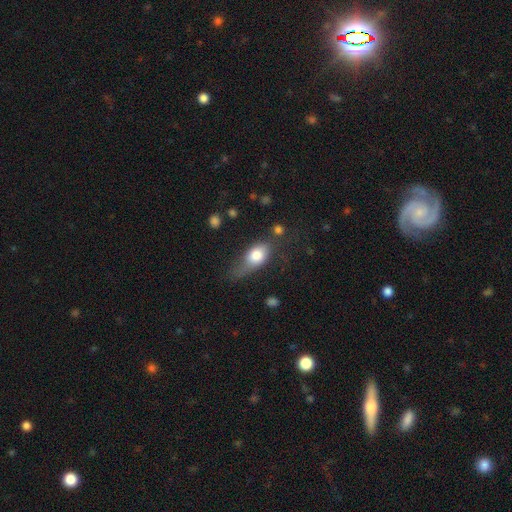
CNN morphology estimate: This is likely a smooth galaxy (75%). How rounded: likely in between (78%). Merging: marginally none (34%, tied with minor disturbance).